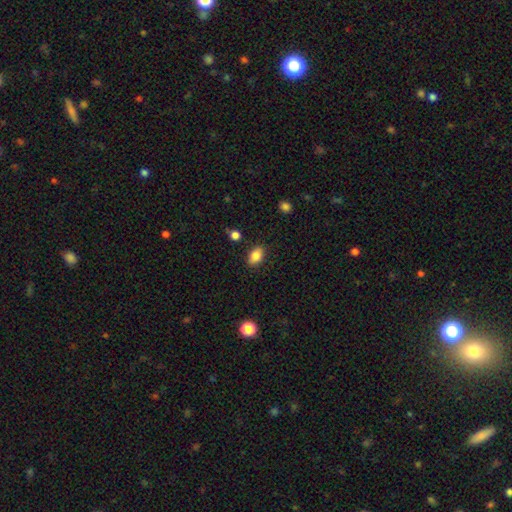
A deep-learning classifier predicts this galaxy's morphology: smooth_or_featured: smooth (p=0.85) [alt: star or artifact p=0.09]
how_rounded: in between (p=0.86) [alt: round p=0.12]
merging: none (p=0.85) [alt: minor disturbance p=0.10]